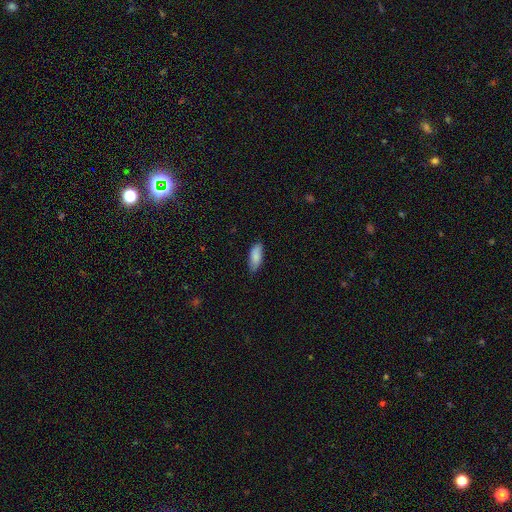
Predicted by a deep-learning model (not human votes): A smooth galaxy with no disk features (86%) that is in between round and cigar-shaped (77%). Merging: none (77%).